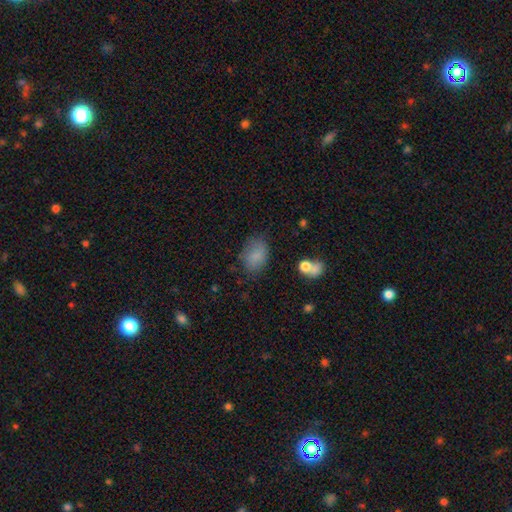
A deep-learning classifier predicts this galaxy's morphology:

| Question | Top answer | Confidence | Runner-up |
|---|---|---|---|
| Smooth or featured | smooth | 81% | star or artifact (10%) |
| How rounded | in between | 82% | round (16%) |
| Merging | none | 65% | minor disturbance (24%) |